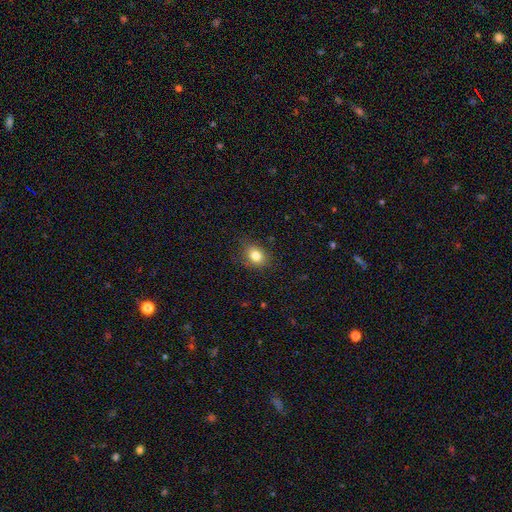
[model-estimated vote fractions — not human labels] smooth_or_featured: smooth (p=0.82) [alt: star or artifact p=0.11]
how_rounded: in between (p=0.51) [alt: round p=0.47]
merging: none (p=0.82) [alt: minor disturbance p=0.14]